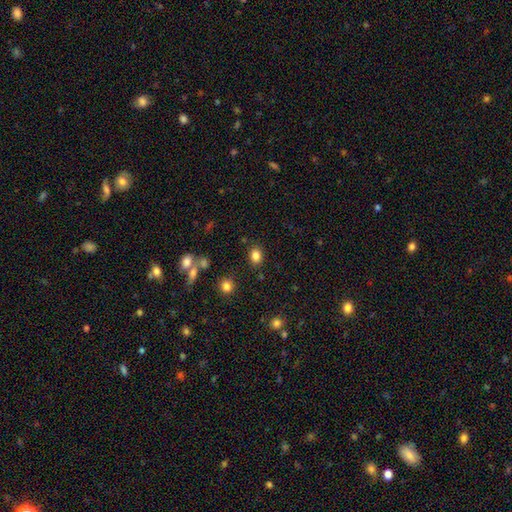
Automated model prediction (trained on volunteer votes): Smooth or featured: smooth — 83% (star or artifact — 12%)
How rounded: in between — 55% (round — 44%)
Merging: none — 84% (minor disturbance — 9%)